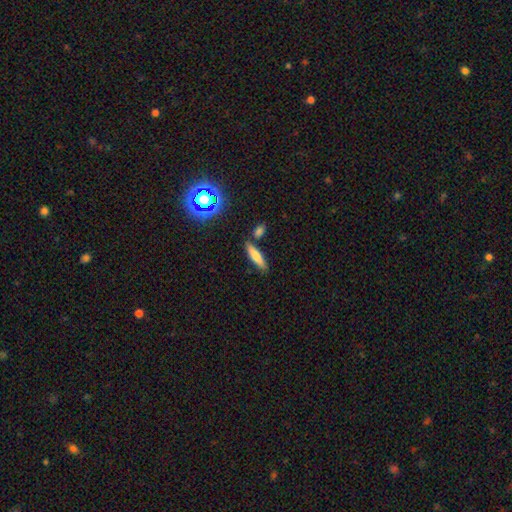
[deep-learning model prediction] Smooth or featured? smooth (71%)
How rounded? cigar-shaped (71%)
Merging? none (77%)